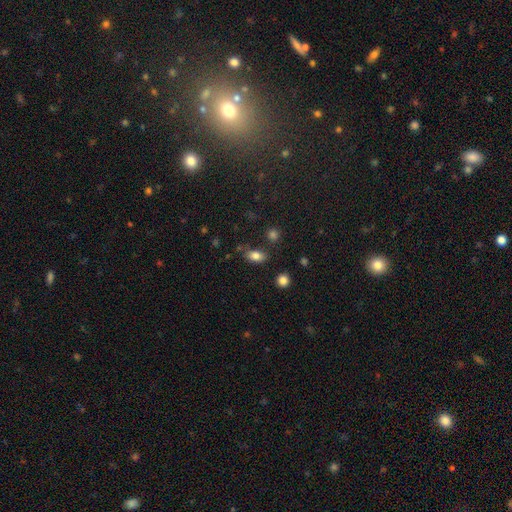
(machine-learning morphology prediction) This is clearly a smooth galaxy (82%). How rounded: clearly in between (86%). Merging: likely none (74%).